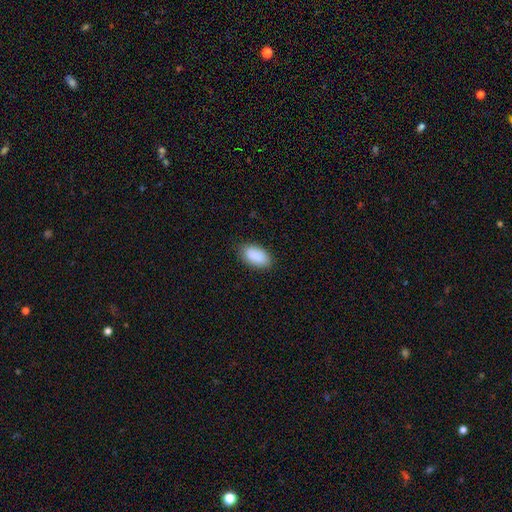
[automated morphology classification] This appears to be a smooth galaxy with no disk features (90%) that is in between round and cigar-shaped (95%). Merging: none (84%).